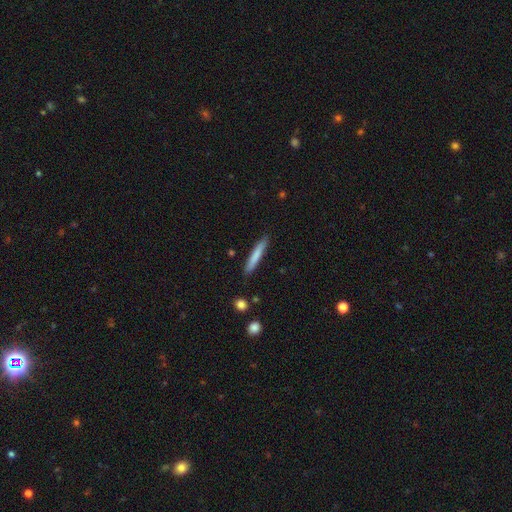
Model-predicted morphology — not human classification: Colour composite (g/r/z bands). It shows a smooth galaxy with no disk features (76%) that is cigar-shaped (94%). Merging: none (87%).